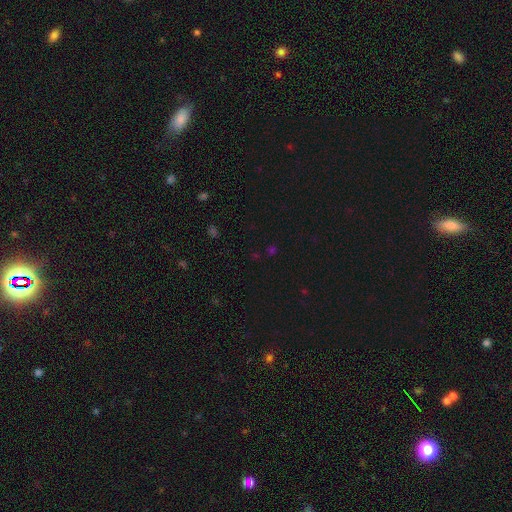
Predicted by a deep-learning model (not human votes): A star or artifact, not a galaxy (59%).